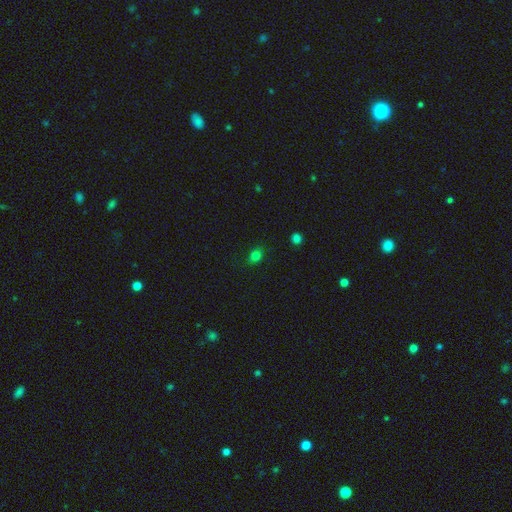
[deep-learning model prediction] smooth_or_featured: smooth (p=0.79) [alt: star or artifact p=0.16]
how_rounded: round (p=0.52) [alt: in between p=0.46]
merging: none (p=0.84) [alt: minor disturbance p=0.12]